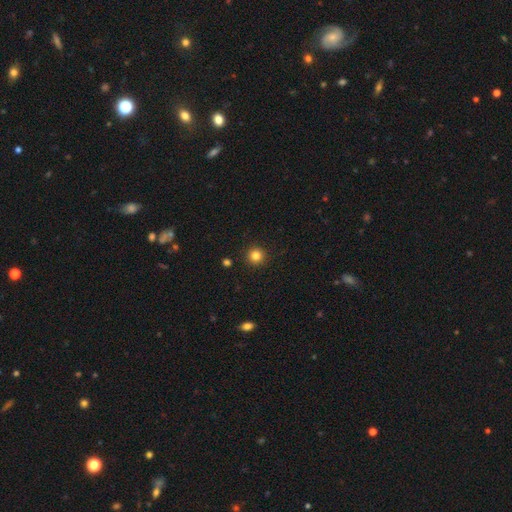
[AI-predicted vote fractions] Q: Smooth or featured?
A: smooth (83%); runner-up: star or artifact (12%)
Q: How rounded?
A: round (95%); runner-up: in between (4%)
Q: Merging?
A: none (92%); runner-up: minor disturbance (5%)